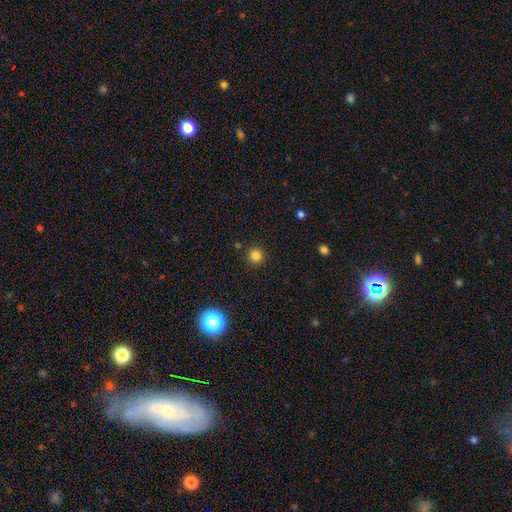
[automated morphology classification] Q: Smooth or featured?
A: smooth (81%); runner-up: star or artifact (15%)
Q: How rounded?
A: round (95%); runner-up: in between (4%)
Q: Merging?
A: none (90%); runner-up: minor disturbance (6%)